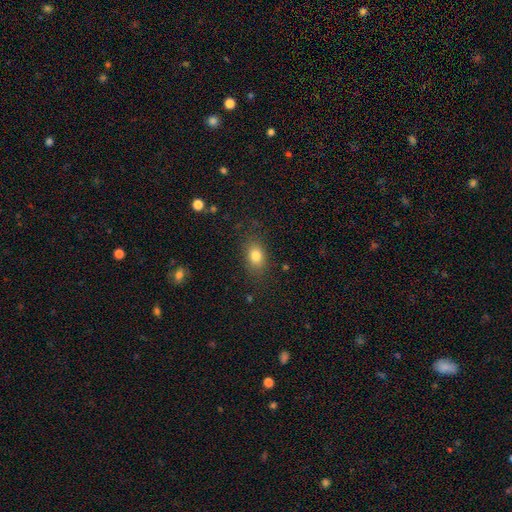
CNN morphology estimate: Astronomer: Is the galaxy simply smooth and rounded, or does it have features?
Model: smooth — 81%.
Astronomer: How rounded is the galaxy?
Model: in between — 74%.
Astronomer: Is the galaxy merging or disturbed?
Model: none — 82%.